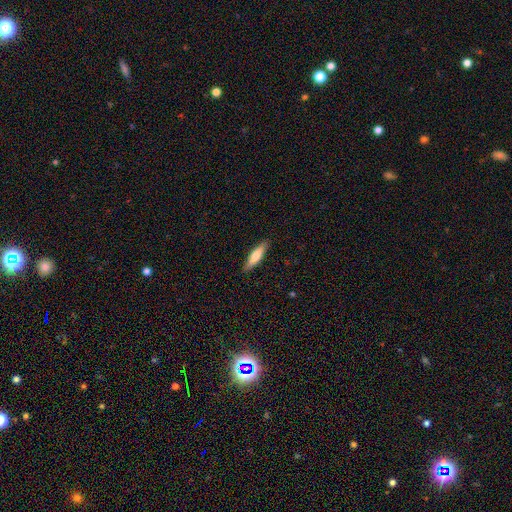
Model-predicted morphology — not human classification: smooth_or_featured: smooth (p=0.65) [alt: featured or disk p=0.29]
how_rounded: cigar-shaped (p=0.71) [alt: in between p=0.27]
merging: none (p=0.89) [alt: minor disturbance p=0.08]